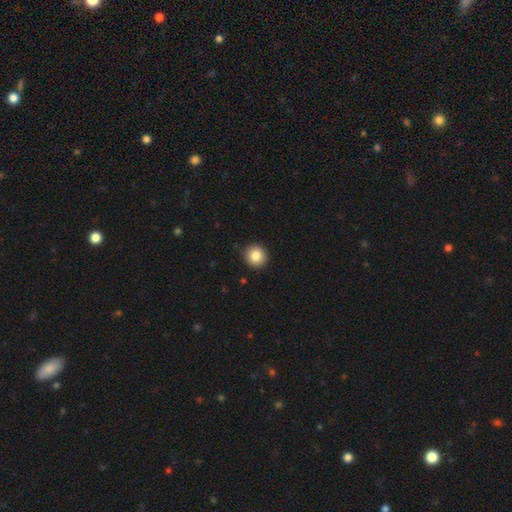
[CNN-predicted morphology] smooth-or-featured: smooth: 85% | star or artifact: 9% | featured or disk: 6%
  how-rounded: round: 92% | in between: 7% | cigar-shaped: 1%
  merging: none: 90% | minor disturbance: 7% | major disturbance: 2% | merger: 1%